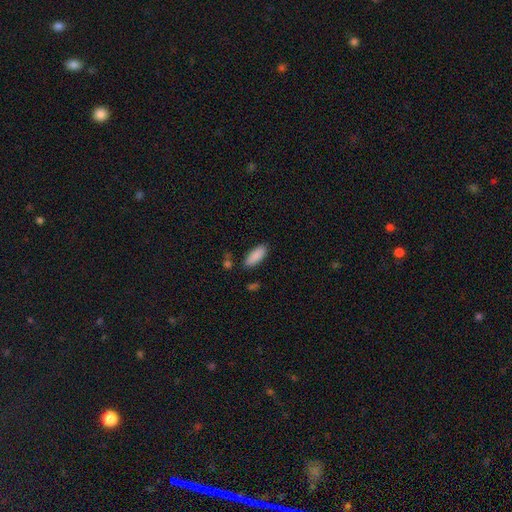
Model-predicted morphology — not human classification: Smooth or featured?
  - smooth: 89% *
  - star or artifact: 6%
  - featured or disk: 4%
How rounded?
  - in between: 77% *
  - cigar-shaped: 22%
  - round: 2%
Merging?
  - none: 83% *
  - minor disturbance: 11%
  - merger: 3%
  - major disturbance: 3%